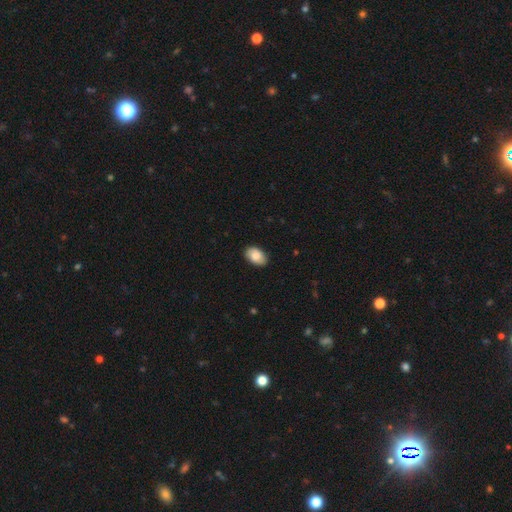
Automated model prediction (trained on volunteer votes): Smooth or featured? Predicted: smooth (p=0.84). How rounded? Predicted: in between (p=0.90). Merging? Predicted: none (p=0.87).